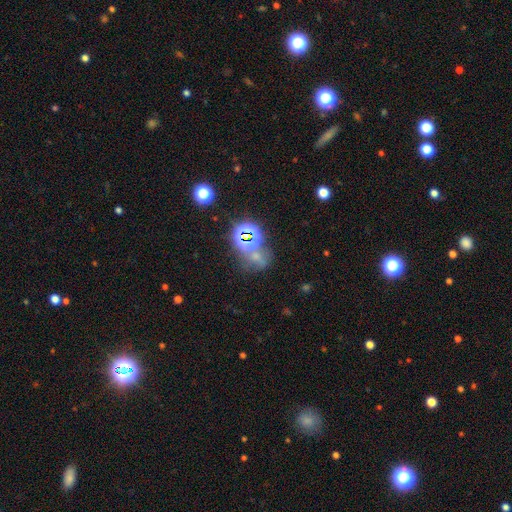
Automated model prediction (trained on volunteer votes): Smooth or featured? Predicted: star or artifact (p=0.51).